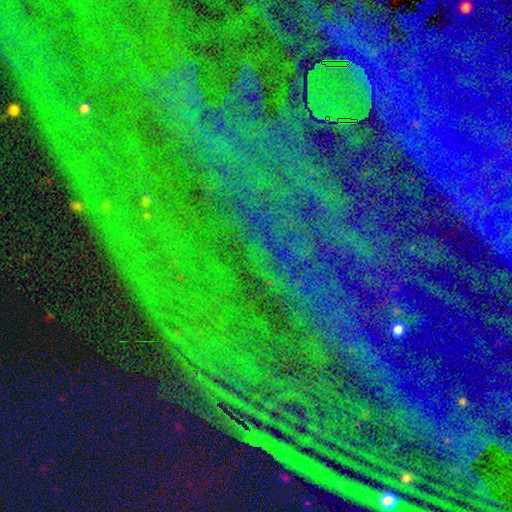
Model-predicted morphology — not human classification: Smooth or featured? star or artifact (85%)